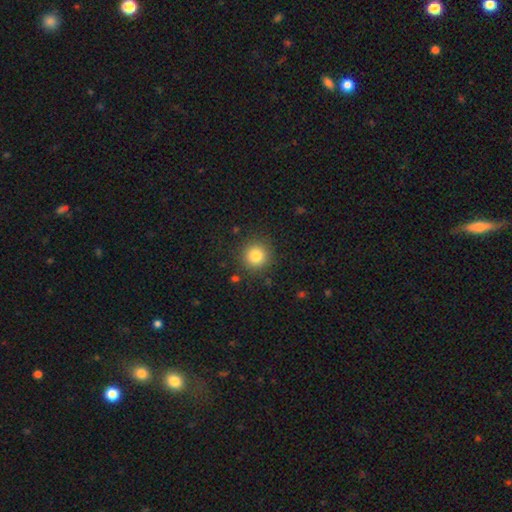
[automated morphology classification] smooth_or_featured: smooth (p=0.82) [alt: star or artifact p=0.11]
how_rounded: round (p=0.94) [alt: in between p=0.05]
merging: none (p=0.89) [alt: minor disturbance p=0.07]